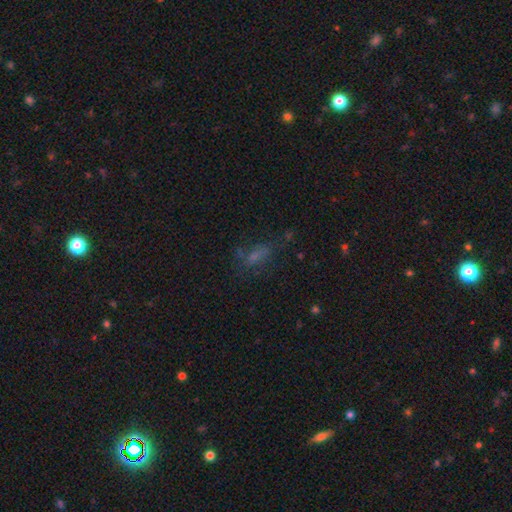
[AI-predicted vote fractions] Overall: smooth (49%; star or artifact 28%). Merging: none (52%; minor disturbance 21%).